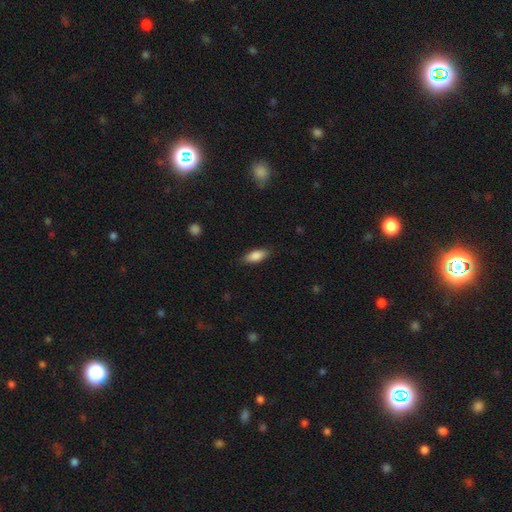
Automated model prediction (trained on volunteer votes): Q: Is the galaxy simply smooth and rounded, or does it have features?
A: smooth — 84%.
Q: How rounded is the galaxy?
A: in between — 77%.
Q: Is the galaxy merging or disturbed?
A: none — 84%.